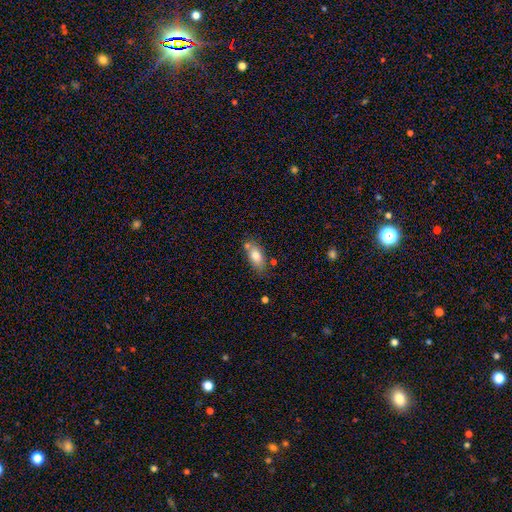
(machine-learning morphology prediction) This is likely a smooth galaxy (78%). How rounded: clearly in between (87%). Merging: likely none (63%).